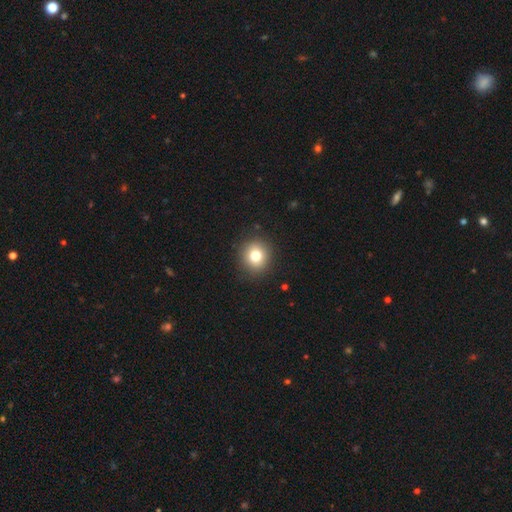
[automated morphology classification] This is likely a smooth galaxy (77%). How rounded: clearly round (88%). Merging: clearly none (90%).